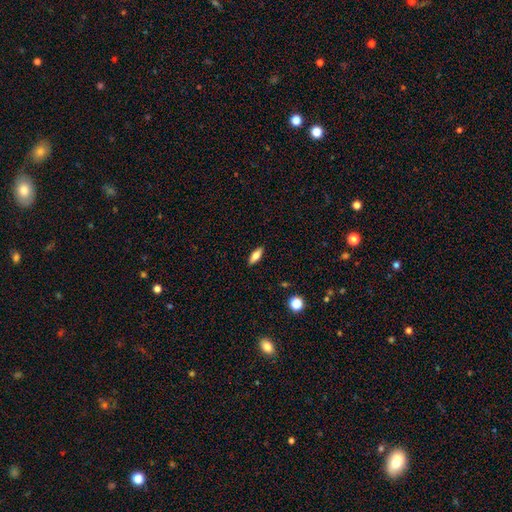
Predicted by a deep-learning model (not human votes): Smooth or featured?
  - smooth: 72% *
  - featured or disk: 21%
  - star or artifact: 7%
How rounded?
  - in between: 66% *
  - cigar-shaped: 31%
  - round: 3%
Merging?
  - none: 89% *
  - minor disturbance: 8%
  - major disturbance: 2%
  - merger: 1%